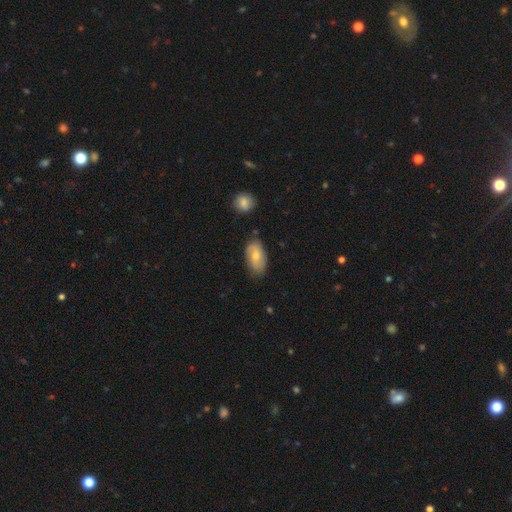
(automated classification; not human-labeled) smooth 61%, featured or disk 33%, star or artifact 7%. Down the decision tree: how rounded — in between (92%); merging — none (73%).